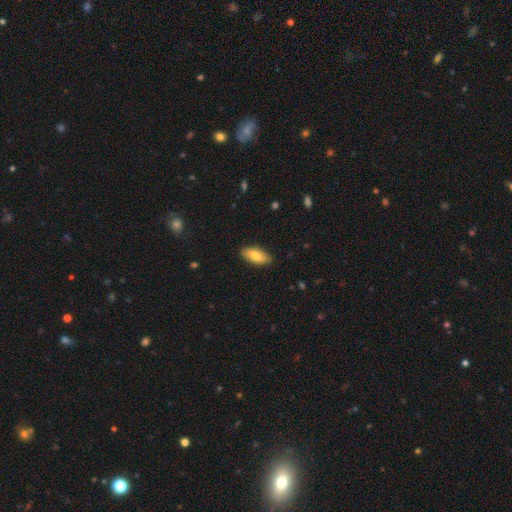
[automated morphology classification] A smooth galaxy with no disk features (80%) that is in between round and cigar-shaped (84%).

Vote fractions:
- Smooth or featured? smooth: 80% / featured or disk: 15% / star or artifact: 6%
- How rounded? in between: 84% / cigar-shaped: 14% / round: 2%
- Merging? none: 88% / minor disturbance: 9% / major disturbance: 2% / merger: 1%